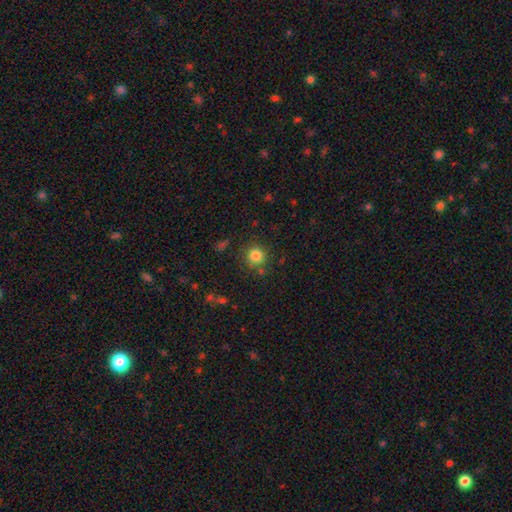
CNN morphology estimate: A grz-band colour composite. It shows a smooth galaxy with no disk features (82%) that is round (93%). Merging: none (83%).